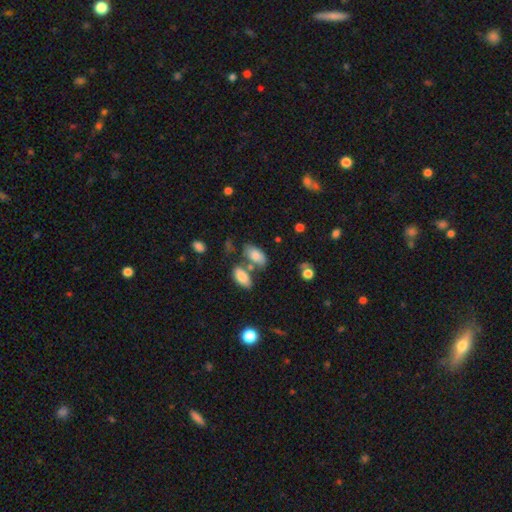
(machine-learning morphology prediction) Smooth or featured? Predicted: smooth (p=0.79). How rounded? Predicted: in between (p=0.92). Merging? Predicted: none (p=0.53).